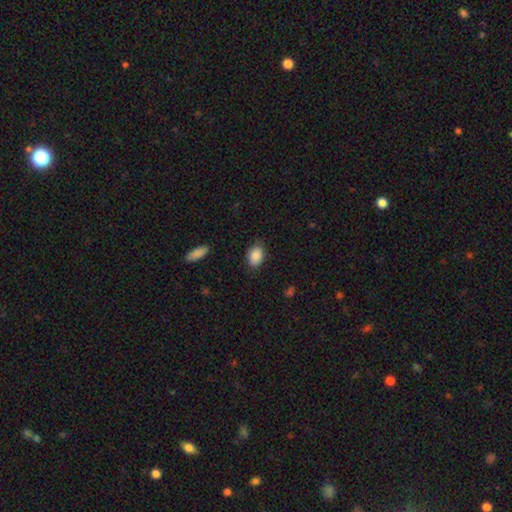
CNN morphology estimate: The model was most divided on "how rounded": in between: 77%, round: 22%, cigar-shaped: 1%. More confident: smooth or featured — smooth (87%); merging — none (82%).